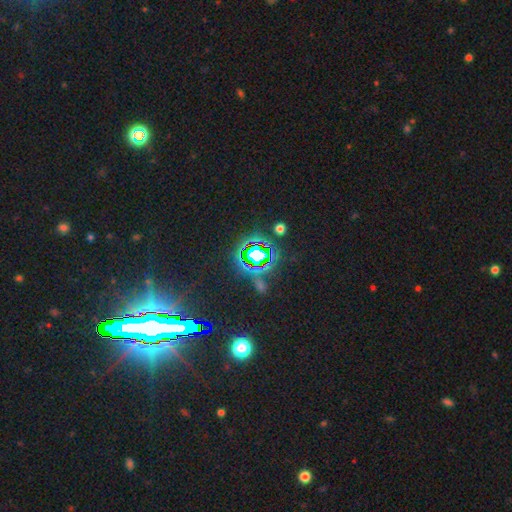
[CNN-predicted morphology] Q: Smooth or featured?
A: star or artifact (75%); runner-up: smooth (15%)